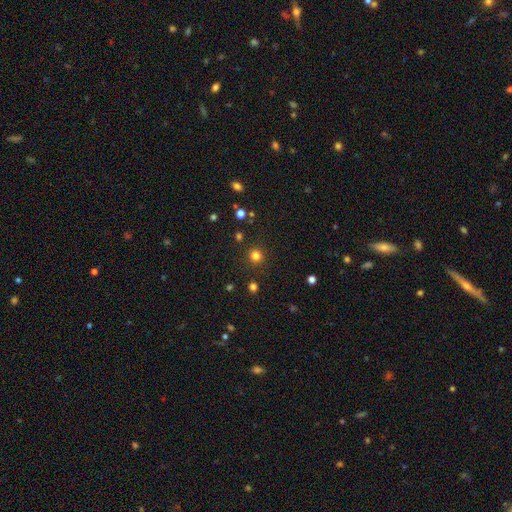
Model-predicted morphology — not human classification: smooth_or_featured: smooth (p=0.80) [alt: star or artifact p=0.16]
how_rounded: round (p=0.94) [alt: in between p=0.05]
merging: none (p=0.90) [alt: minor disturbance p=0.06]